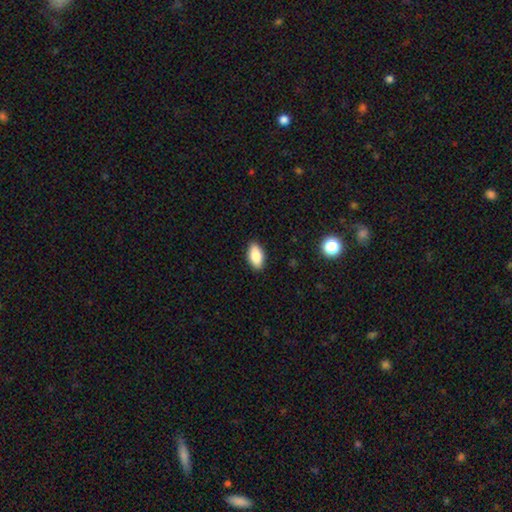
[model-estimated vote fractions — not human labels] Overall: smooth (85%). How rounded: in between (93%). Merging: none (89%).